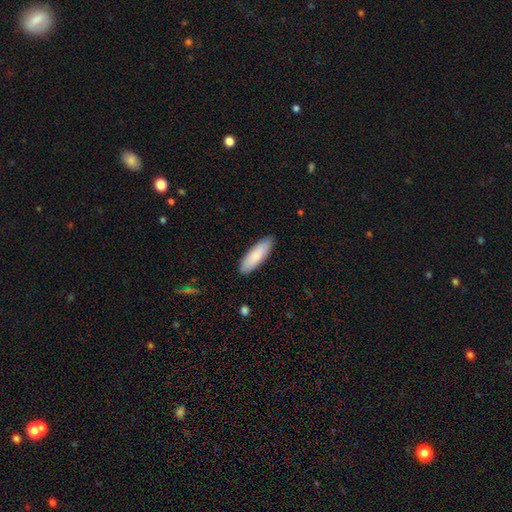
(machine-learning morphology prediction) smooth-or-featured: smooth: 85% | featured or disk: 10% | star or artifact: 5%
  how-rounded: in between: 53% | cigar-shaped: 46% | round: 1%
  merging: none: 87% | minor disturbance: 10% | major disturbance: 2% | merger: 1%